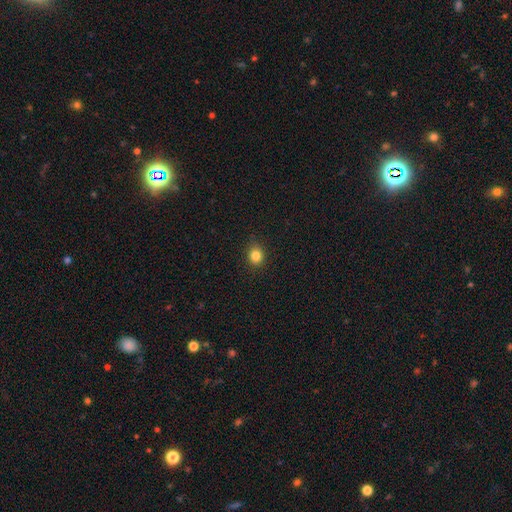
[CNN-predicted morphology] This appears to be a smooth galaxy with no disk features (83%) that is round (73%). Merging: none (87%).